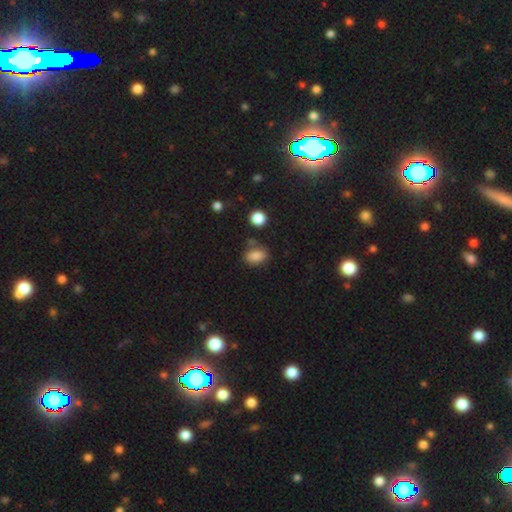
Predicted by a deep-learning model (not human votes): A smooth galaxy with no disk features (84%) that is in between round and cigar-shaped (81%). Merging: none (67%).